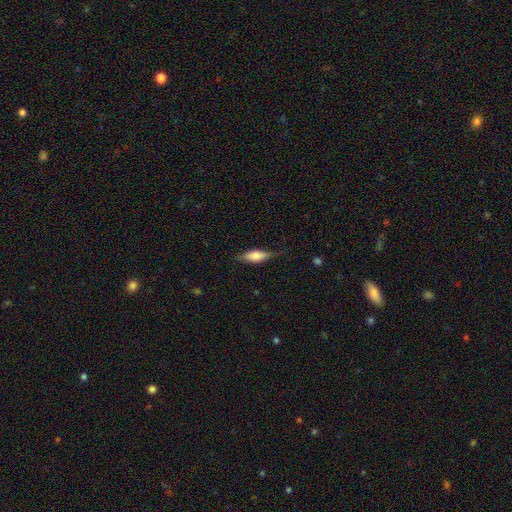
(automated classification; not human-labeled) smooth_or_featured: smooth (p=0.57) [alt: featured or disk p=0.36]
how_rounded: in between (p=0.61) [alt: cigar-shaped p=0.36]
merging: none (p=0.73) [alt: minor disturbance p=0.20]